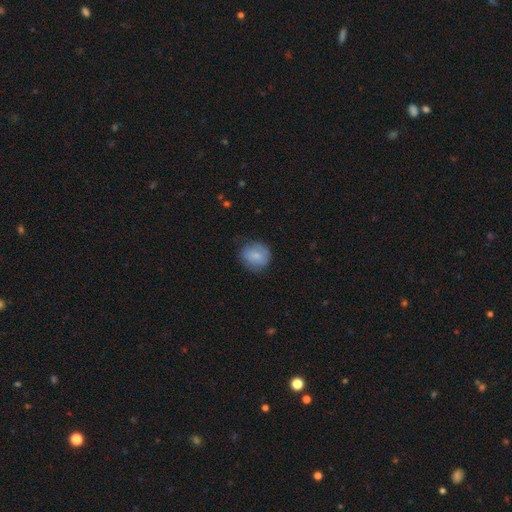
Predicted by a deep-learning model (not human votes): smooth_or_featured: smooth (p=0.80) [alt: featured or disk p=0.13]
how_rounded: round (p=0.83) [alt: in between p=0.16]
merging: none (p=0.75) [alt: minor disturbance p=0.19]